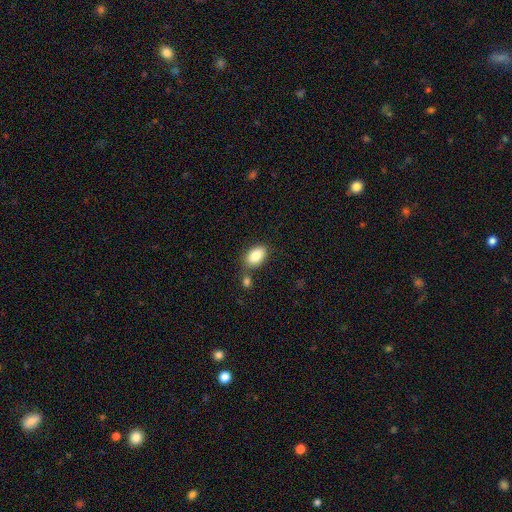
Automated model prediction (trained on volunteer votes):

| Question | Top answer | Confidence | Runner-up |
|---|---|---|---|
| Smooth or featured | smooth | 86% | star or artifact (7%) |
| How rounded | in between | 90% | round (8%) |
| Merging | none | 68% | merger (14%) |